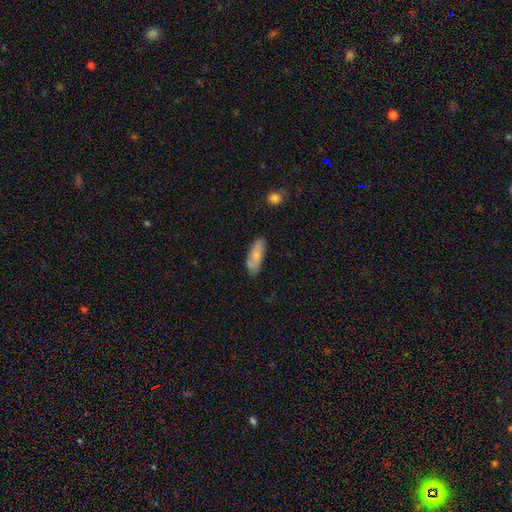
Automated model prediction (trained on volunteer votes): Smooth or featured? smooth (75%)
How rounded? in between (70%)
Merging? none (72%)